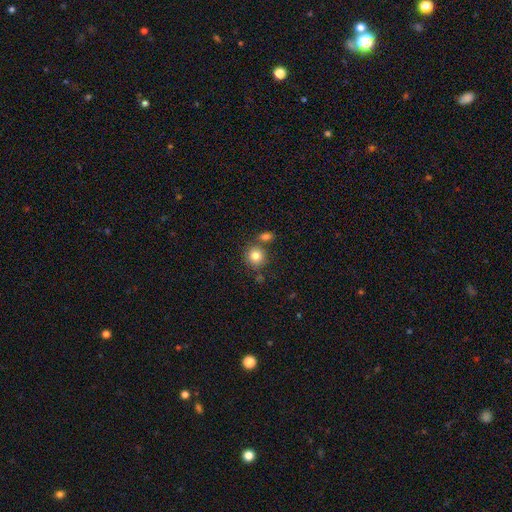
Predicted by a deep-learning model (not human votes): The model was most divided on "merging": none: 69%, merger: 18%, minor disturbance: 10%, major disturbance: 3%. More confident: how rounded — round (88%); smooth or featured — smooth (83%).